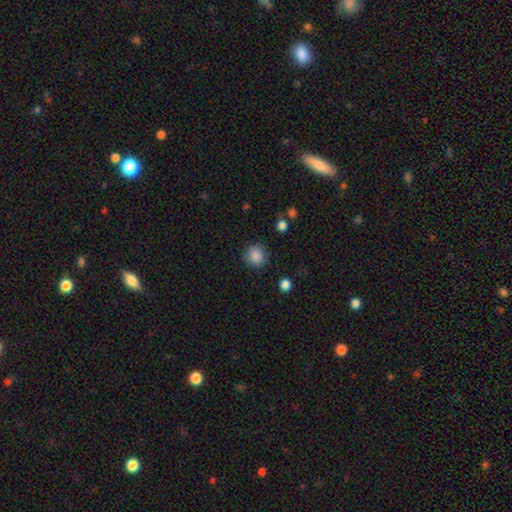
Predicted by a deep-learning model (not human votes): Q: Smooth or featured?
A: smooth (87%); runner-up: star or artifact (10%)
Q: How rounded?
A: round (90%); runner-up: in between (9%)
Q: Merging?
A: none (87%); runner-up: minor disturbance (9%)